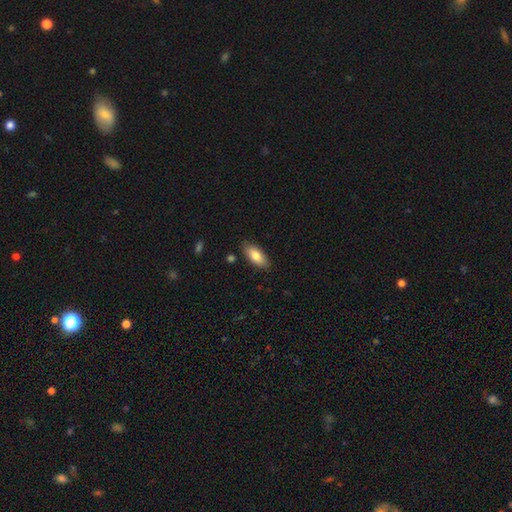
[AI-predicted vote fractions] This is clearly a smooth galaxy (80%). How rounded: clearly in between (83%). Merging: clearly none (85%).